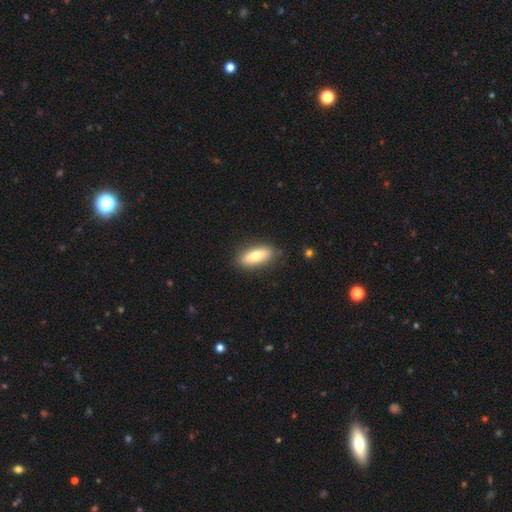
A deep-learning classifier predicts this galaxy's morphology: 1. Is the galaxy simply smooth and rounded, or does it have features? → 73% smooth, 21% featured or disk, 6% star or artifact.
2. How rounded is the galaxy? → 73% in between, 25% cigar-shaped, 3% round.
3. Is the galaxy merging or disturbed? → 84% none, 12% minor disturbance, 3% major disturbance, 1% merger.